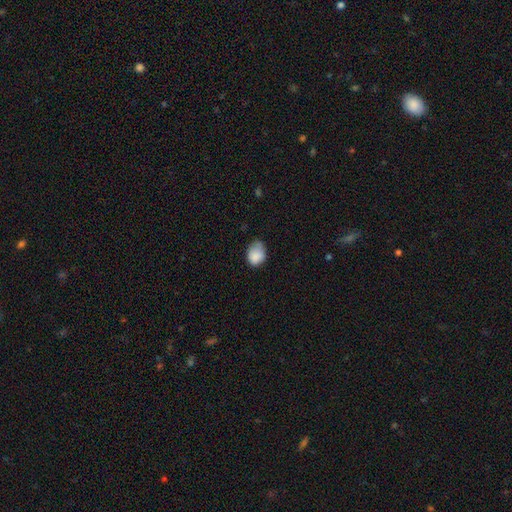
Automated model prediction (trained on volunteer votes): This is clearly a smooth galaxy (85%). How rounded: likely in between (61%). Merging: possibly none (47%).